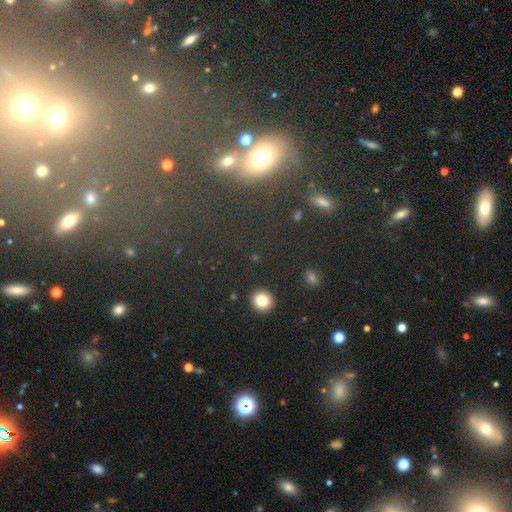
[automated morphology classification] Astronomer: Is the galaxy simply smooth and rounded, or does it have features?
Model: smooth — 51% (runner-up: star or artifact, 34%).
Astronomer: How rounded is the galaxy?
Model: in between — 55% (runner-up: round, 37%).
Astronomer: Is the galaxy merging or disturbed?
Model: none — 71%.